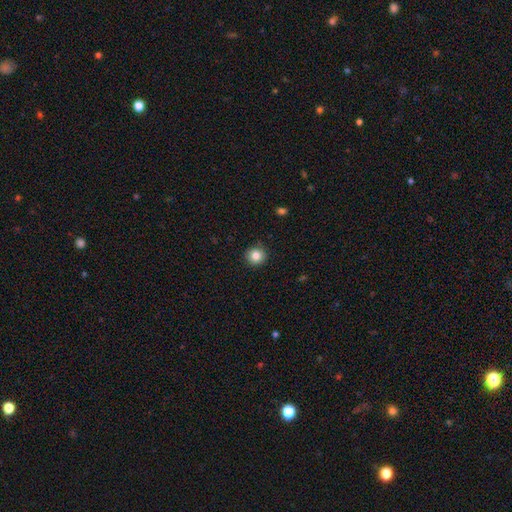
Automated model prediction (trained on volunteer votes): Smooth or featured? smooth (83%)
How rounded? round (93%)
Merging? none (90%)